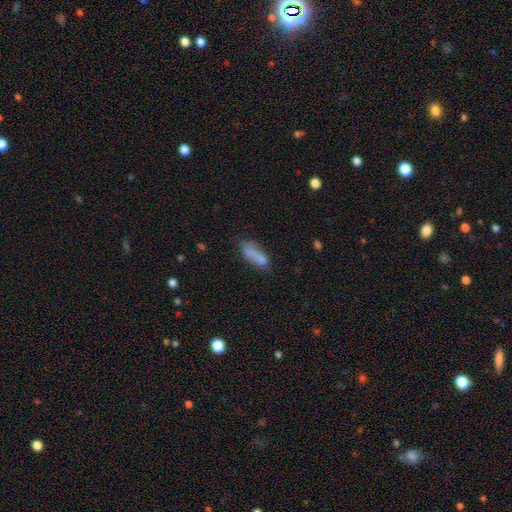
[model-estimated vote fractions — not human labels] smooth-or-featured: smooth: 71% | featured or disk: 17% | star or artifact: 11%
  how-rounded: in between: 62% | cigar-shaped: 34% | round: 4%
  merging: none: 40% | minor disturbance: 23% | merger: 22% | major disturbance: 15%